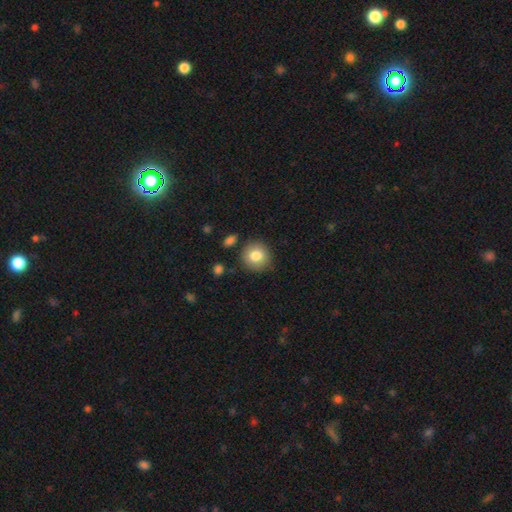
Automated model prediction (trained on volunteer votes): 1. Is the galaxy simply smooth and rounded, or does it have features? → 82% smooth, 10% featured or disk, 9% star or artifact.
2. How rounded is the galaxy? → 90% round, 9% in between, 1% cigar-shaped.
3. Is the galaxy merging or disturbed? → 85% none, 9% minor disturbance, 3% merger, 3% major disturbance.